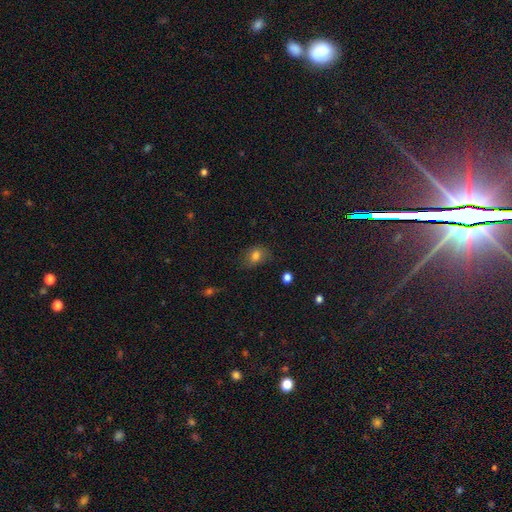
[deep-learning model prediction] Q: Smooth or featured?
A: smooth (78%); runner-up: star or artifact (12%)
Q: How rounded?
A: in between (61%); runner-up: round (38%)
Q: Merging?
A: none (65%); runner-up: minor disturbance (26%)